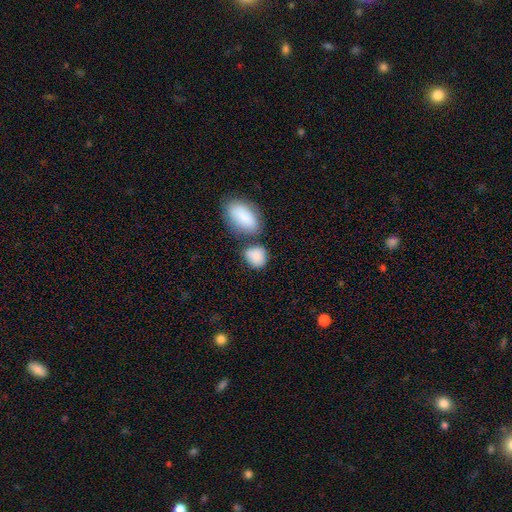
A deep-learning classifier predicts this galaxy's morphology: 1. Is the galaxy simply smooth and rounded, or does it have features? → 87% smooth, 7% star or artifact, 6% featured or disk.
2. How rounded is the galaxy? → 56% in between, 42% round, 2% cigar-shaped.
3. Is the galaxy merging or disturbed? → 52% none, 24% merger, 18% minor disturbance, 6% major disturbance.